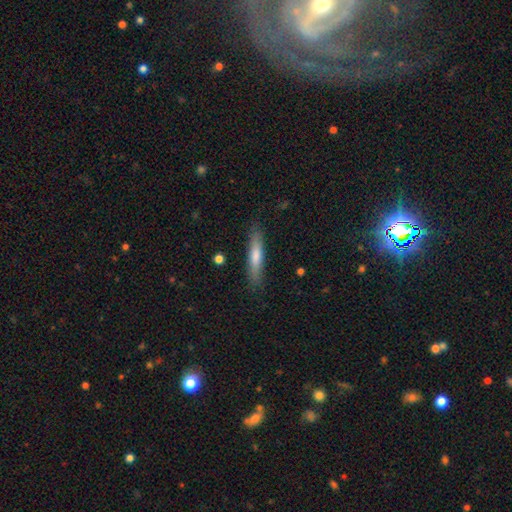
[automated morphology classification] Overall: smooth (67%; featured or disk 27%). How rounded: cigar-shaped (88%). Merging: none (87%).